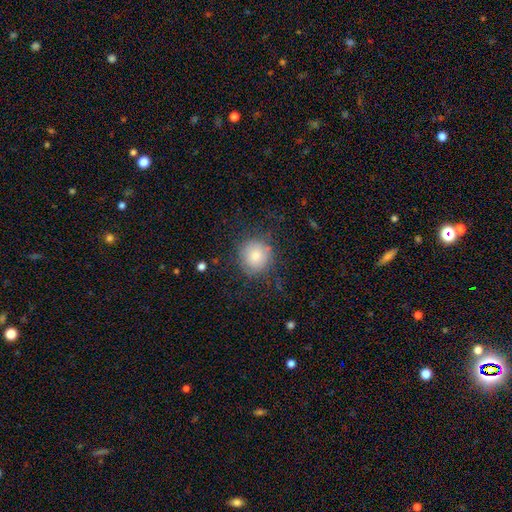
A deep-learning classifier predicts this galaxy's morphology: A smooth galaxy with no disk features (78%) that is round (90%).

Vote fractions:
- Smooth or featured? smooth: 78% / featured or disk: 13% / star or artifact: 9%
- How rounded? round: 90% / in between: 9% / cigar-shaped: 1%
- Merging? none: 73% / minor disturbance: 17% / major disturbance: 9% / merger: 2%